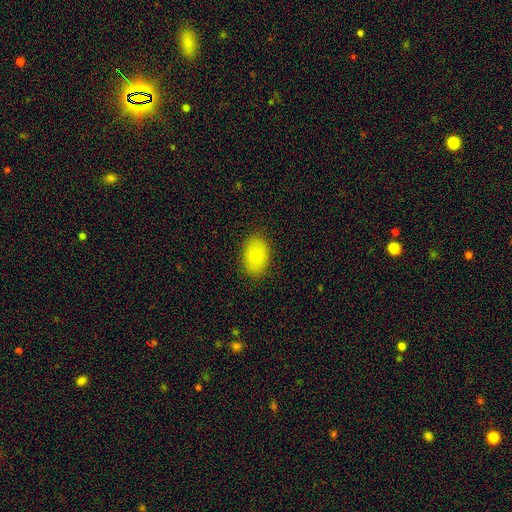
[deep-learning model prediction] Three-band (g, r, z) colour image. It shows a smooth galaxy with no disk features (79%) that is in between round and cigar-shaped (85%). Merging: none (86%).